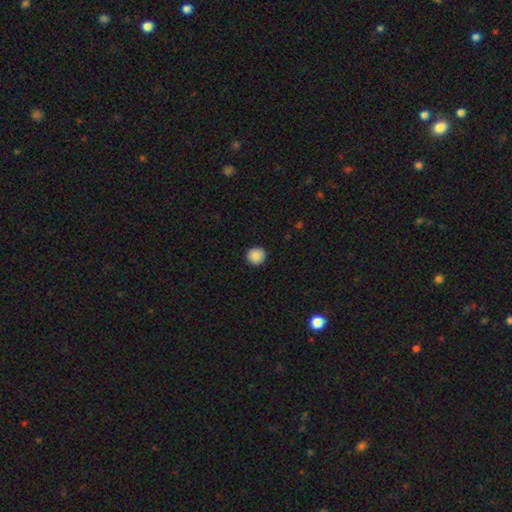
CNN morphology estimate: The model was most divided on "smooth or featured": smooth: 88%, star or artifact: 8%, featured or disk: 4%. More confident: how rounded — round (94%); merging — none (91%).